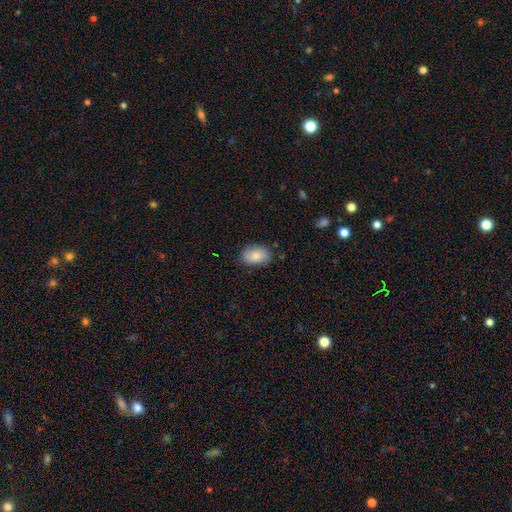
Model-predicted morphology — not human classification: A smooth galaxy with no disk features (82%) that is in between round and cigar-shaped (89%).

Vote fractions:
- Smooth or featured? smooth: 82% / featured or disk: 11% / star or artifact: 7%
- How rounded? in between: 89% / round: 10% / cigar-shaped: 1%
- Merging? none: 84% / minor disturbance: 12% / major disturbance: 3% / merger: 1%